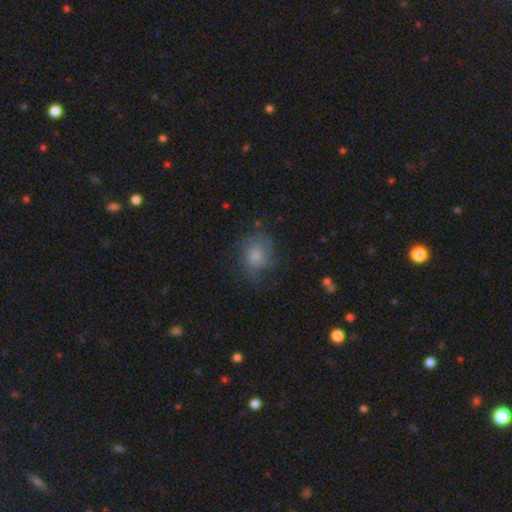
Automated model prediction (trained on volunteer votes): smooth-or-featured: smooth: 54% | featured or disk: 32% | star or artifact: 14%
  how-rounded: round: 59% | in between: 40% | cigar-shaped: 1%
  merging: none: 62% | minor disturbance: 24% | major disturbance: 13% | merger: 1%